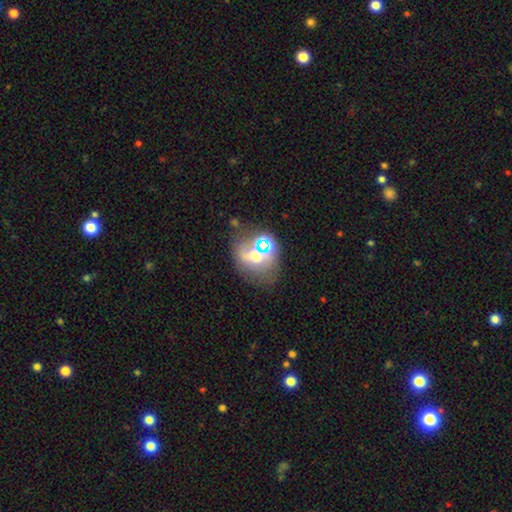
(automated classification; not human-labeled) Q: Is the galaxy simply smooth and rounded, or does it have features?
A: smooth — 42%.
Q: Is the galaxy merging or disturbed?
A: none — 49%.